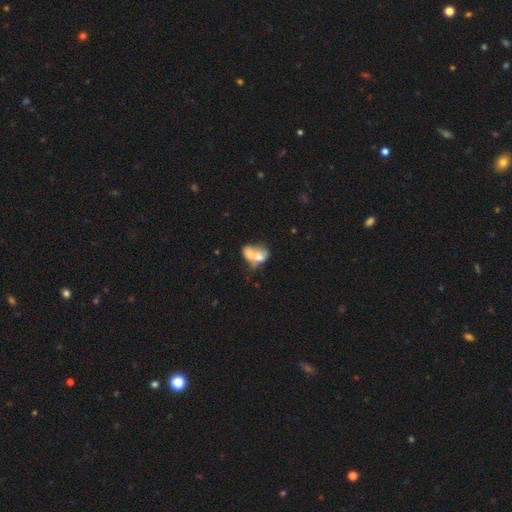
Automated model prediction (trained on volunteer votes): Overall: smooth (62%; featured or disk 28%). How rounded: in between (73%). Merging: merger (64%).